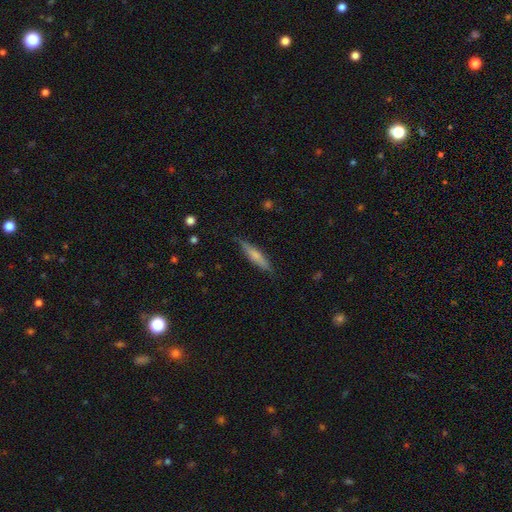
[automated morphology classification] A smooth galaxy with no disk features (62%) that is cigar-shaped (83%).

Vote fractions:
- Smooth or featured? smooth: 62% / featured or disk: 32% / star or artifact: 6%
- How rounded? cigar-shaped: 83% / in between: 15% / round: 2%
- Merging? none: 81% / minor disturbance: 15% / major disturbance: 3% / merger: 1%